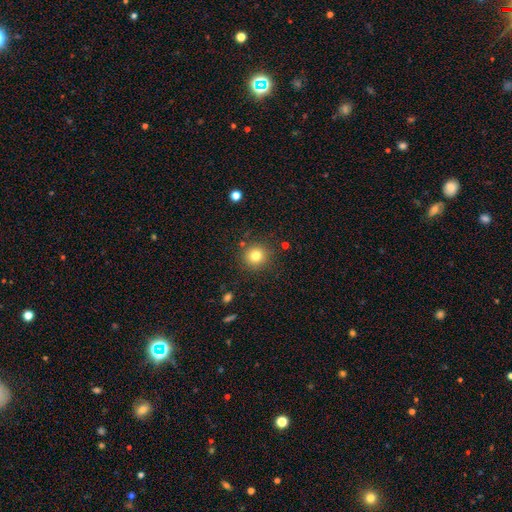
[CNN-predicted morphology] This is likely a smooth galaxy (80%). How rounded: clearly round (93%). Merging: clearly none (87%).